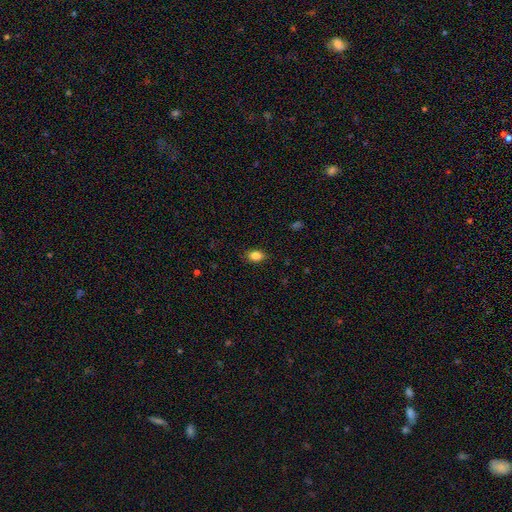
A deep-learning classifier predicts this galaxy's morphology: smooth 86%, star or artifact 9%, featured or disk 5%. Down the decision tree: how rounded — in between (81%); merging — none (85%).